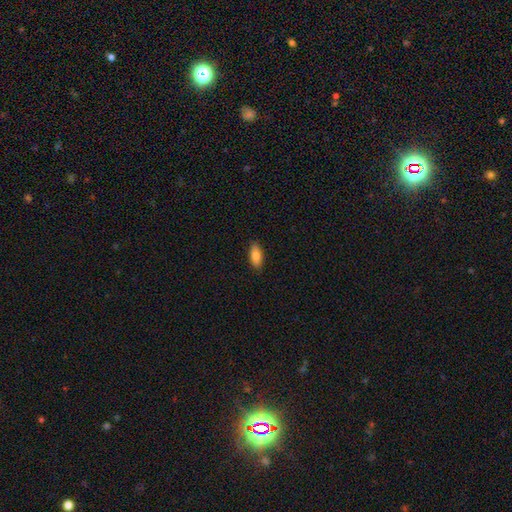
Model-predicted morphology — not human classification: A smooth galaxy with no disk features (83%) that is in between round and cigar-shaped (81%).

Vote fractions:
- Smooth or featured? smooth: 83% / featured or disk: 10% / star or artifact: 6%
- How rounded? in between: 81% / cigar-shaped: 17% / round: 2%
- Merging? none: 88% / minor disturbance: 9% / major disturbance: 2% / merger: 1%